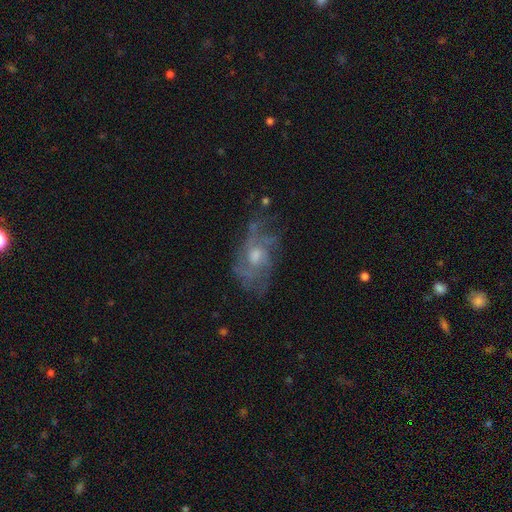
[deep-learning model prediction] smooth_or_featured: featured or disk (p=0.74) [alt: smooth p=0.17]
disk_edge_on: no (p=0.95) [alt: yes p=0.05]
bar: no (p=0.70) [alt: weak p=0.26]
has_spiral_arms: yes (p=0.78) [alt: no p=0.22]
spiral_winding: medium (p=0.42) [alt: tight p=0.29]
spiral_arm_count: can't tell (p=0.44) [alt: 3 p=0.17]
bulge_size: moderate (p=0.61) [alt: small p=0.27]
merging: none (p=0.56) [alt: minor disturbance p=0.22]